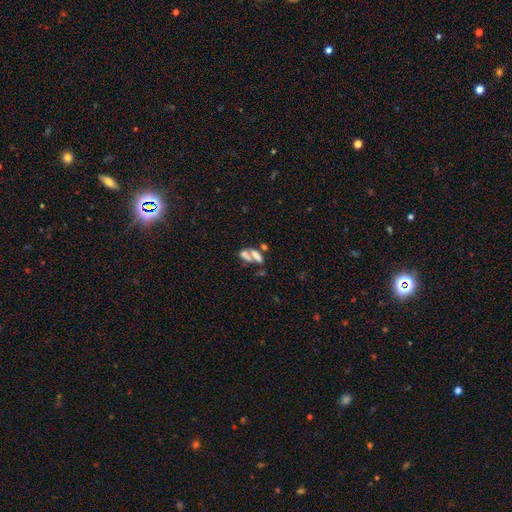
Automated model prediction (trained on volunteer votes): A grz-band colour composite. It shows a smooth galaxy with no disk features (60%) that is in between round and cigar-shaped (63%). Merging: merger (53%).